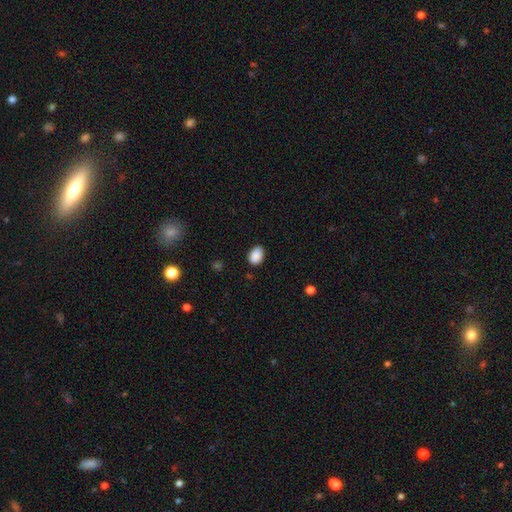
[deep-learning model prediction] A smooth galaxy with no disk features (89%) that is in between round and cigar-shaped (80%). Merging: none (80%).